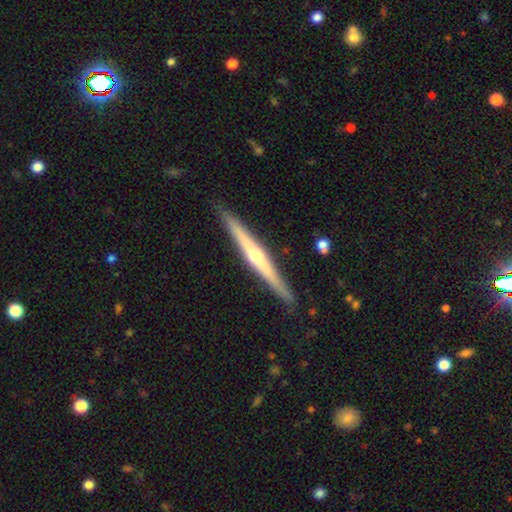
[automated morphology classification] This appears to be a featured or disk galaxy (74%) viewed edge-on (98%) with a rounded central bulge (84%). Merging: none (90%).